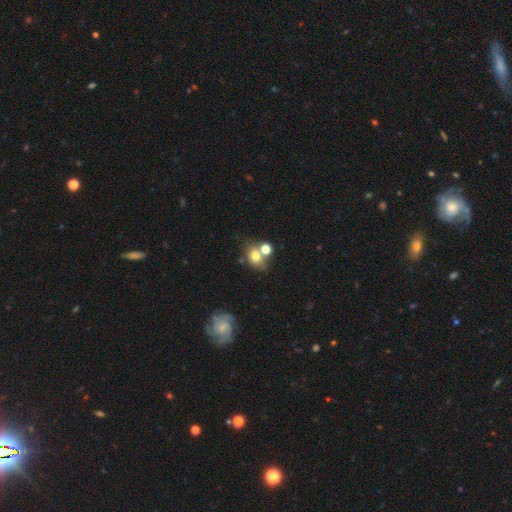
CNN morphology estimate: A smooth galaxy with no disk features (70%) that is round (60%).

Vote fractions:
- Smooth or featured? smooth: 70% / featured or disk: 15% / star or artifact: 14%
- How rounded? round: 60% / in between: 39% / cigar-shaped: 1%
- Merging? none: 46% / merger: 37% / minor disturbance: 12% / major disturbance: 6%